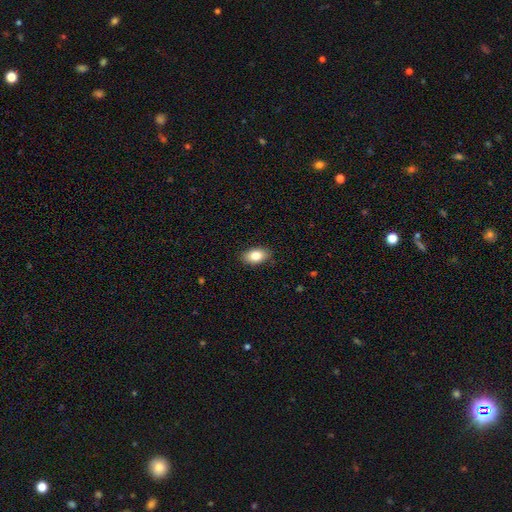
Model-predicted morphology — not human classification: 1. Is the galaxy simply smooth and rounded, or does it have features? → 82% smooth, 10% featured or disk, 8% star or artifact.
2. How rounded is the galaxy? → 90% in between, 8% round, 2% cigar-shaped.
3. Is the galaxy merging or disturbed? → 87% none, 10% minor disturbance, 2% major disturbance, 1% merger.